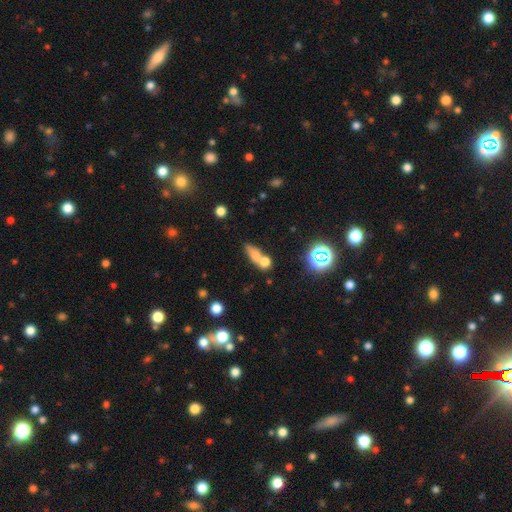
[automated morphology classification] type=smooth (68%); roundness=in between (52%); merging=merger (44%).